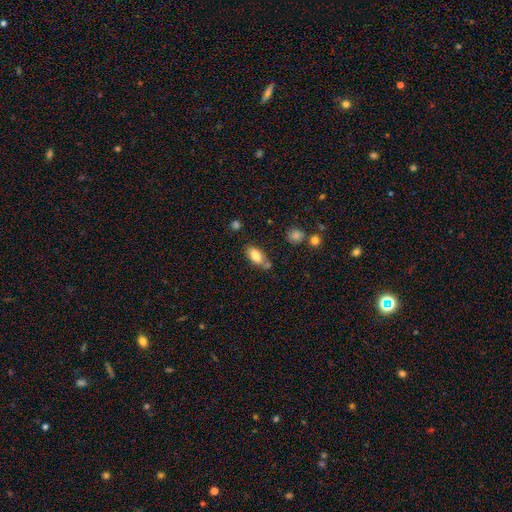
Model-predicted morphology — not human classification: smooth-or-featured: smooth: 80% | featured or disk: 12% | star or artifact: 8%
  how-rounded: in between: 88% | cigar-shaped: 9% | round: 4%
  merging: none: 59% | minor disturbance: 23% | merger: 13% | major disturbance: 6%